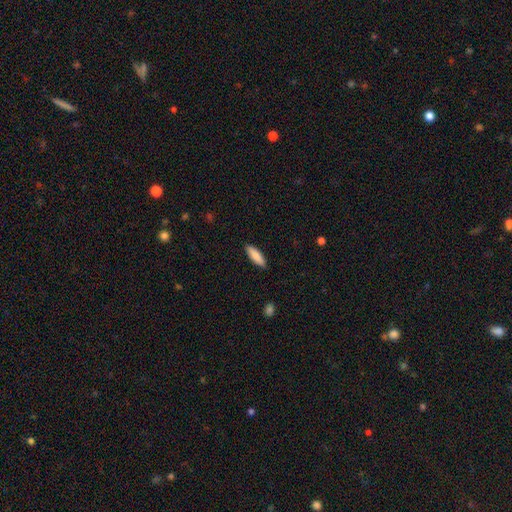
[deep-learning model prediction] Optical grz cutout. It shows a smooth galaxy with no disk features (86%) that is cigar-shaped (53%). Merging: none (89%).